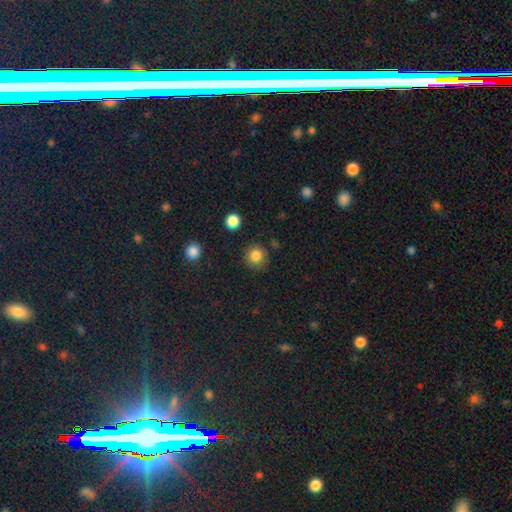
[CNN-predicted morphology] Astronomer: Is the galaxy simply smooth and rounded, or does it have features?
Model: smooth — 84%.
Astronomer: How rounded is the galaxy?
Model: round — 91%.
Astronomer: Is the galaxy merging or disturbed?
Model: none — 85%.